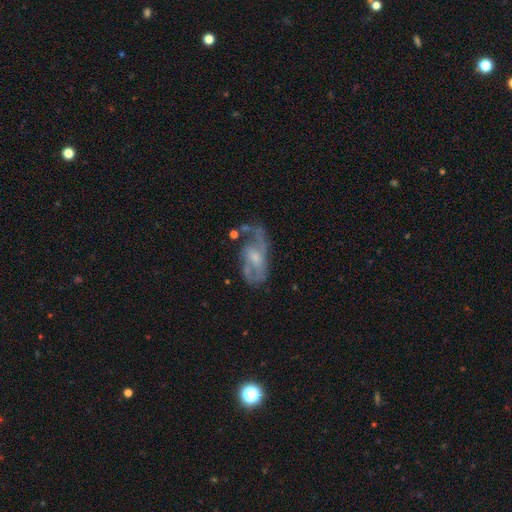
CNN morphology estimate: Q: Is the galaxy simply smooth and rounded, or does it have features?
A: featured or disk — 77%.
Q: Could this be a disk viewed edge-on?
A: no — 95%.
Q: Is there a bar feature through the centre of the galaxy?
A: no — 51%.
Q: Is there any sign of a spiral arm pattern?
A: yes — 82%.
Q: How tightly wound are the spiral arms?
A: medium — 43%.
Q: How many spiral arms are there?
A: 2 — 47%.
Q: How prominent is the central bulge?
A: small — 46%.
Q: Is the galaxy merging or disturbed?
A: none — 40%.